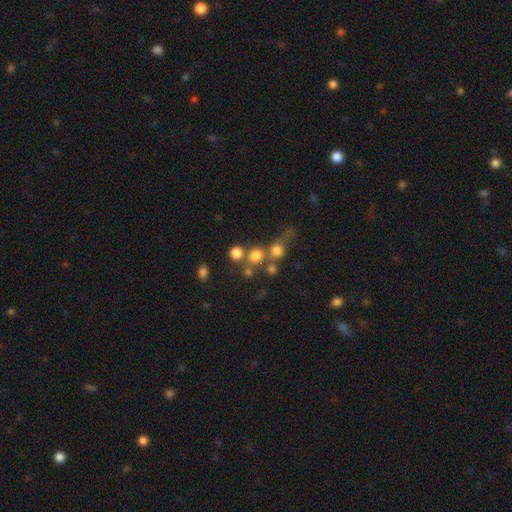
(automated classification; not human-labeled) This is likely a smooth galaxy (70%). How rounded: clearly round (88%). Merging: possibly none (53%).